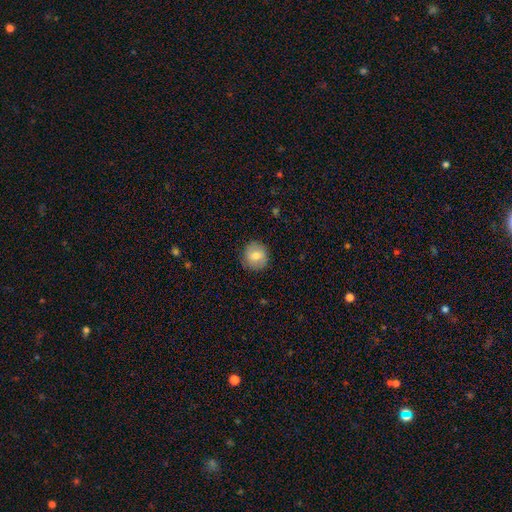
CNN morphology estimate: This appears to be a smooth galaxy with no disk features (71%) that is round (89%). Merging: none (85%).